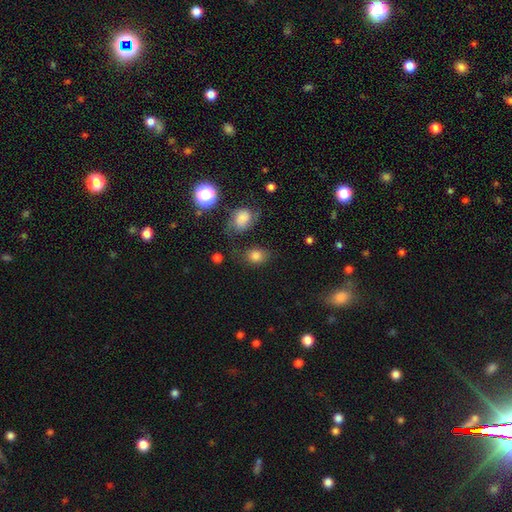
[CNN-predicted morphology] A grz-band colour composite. It shows a smooth galaxy with no disk features (79%) that is in between round and cigar-shaped (59%). Merging: none (58%).